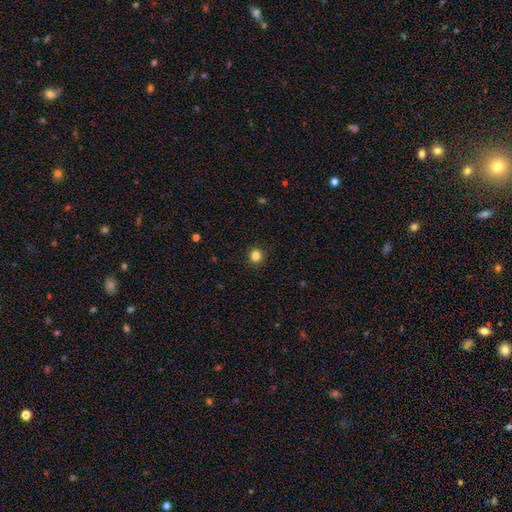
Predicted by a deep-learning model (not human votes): Morphology: type=smooth (84%); roundness=round (86%); merging=none (89%).